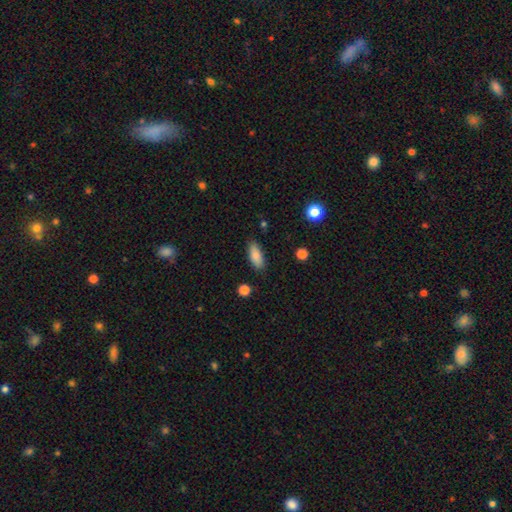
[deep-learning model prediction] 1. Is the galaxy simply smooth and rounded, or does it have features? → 85% smooth, 8% featured or disk, 7% star or artifact.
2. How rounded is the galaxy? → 77% in between, 20% cigar-shaped, 2% round.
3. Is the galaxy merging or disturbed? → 86% none, 10% minor disturbance, 2% major disturbance, 1% merger.